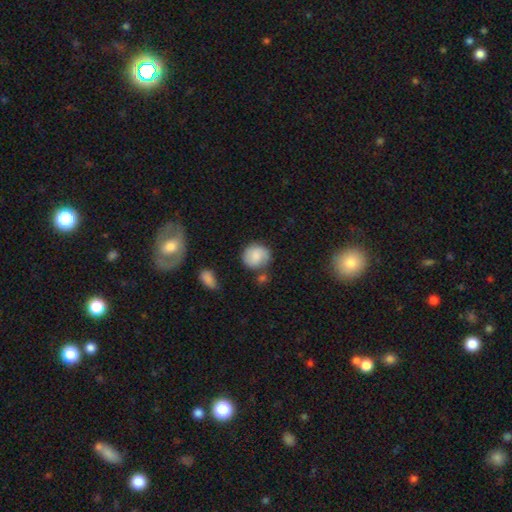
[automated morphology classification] Q: Smooth or featured?
A: smooth (71%); runner-up: featured or disk (21%)
Q: How rounded?
A: round (80%); runner-up: in between (19%)
Q: Merging?
A: none (62%); runner-up: minor disturbance (22%)